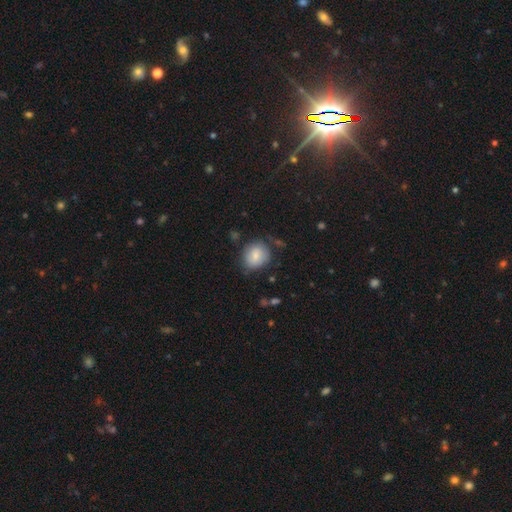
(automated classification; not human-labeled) smooth_or_featured: smooth (p=0.78) [alt: featured or disk p=0.14]
how_rounded: round (p=0.72) [alt: in between p=0.27]
merging: none (p=0.71) [alt: minor disturbance p=0.20]